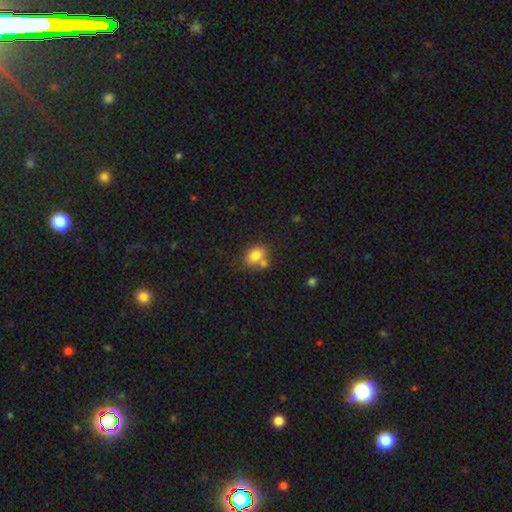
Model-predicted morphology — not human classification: Smooth or featured?
  - smooth: 80% *
  - featured or disk: 11%
  - star or artifact: 10%
How rounded?
  - in between: 74% *
  - round: 25%
  - cigar-shaped: 2%
Merging?
  - none: 54% *
  - merger: 27%
  - minor disturbance: 15%
  - major disturbance: 5%